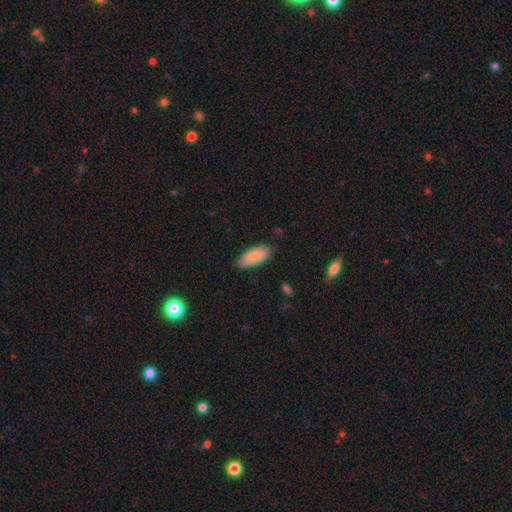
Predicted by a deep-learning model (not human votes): Smooth or featured: smooth — 87% (featured or disk — 7%)
How rounded: in between — 86% (cigar-shaped — 12%)
Merging: none — 80% (minor disturbance — 16%)